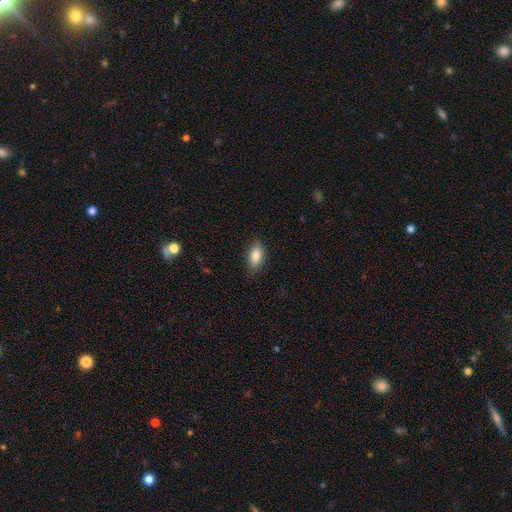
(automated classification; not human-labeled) Smooth or featured? Predicted: smooth (p=0.85). How rounded? Predicted: in between (p=0.88). Merging? Predicted: none (p=0.83).